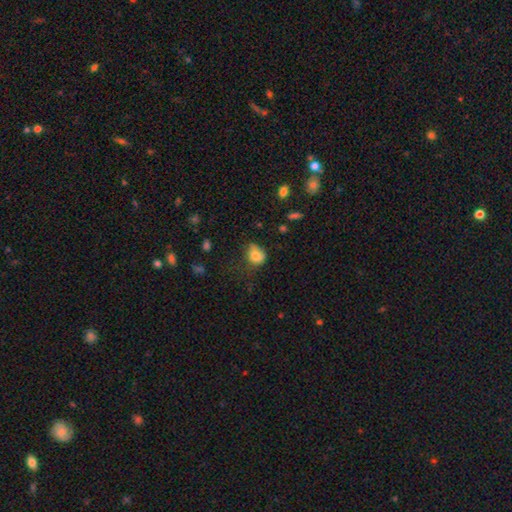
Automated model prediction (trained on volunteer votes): This is likely a smooth galaxy (78%). How rounded: possibly in between (52%). Merging: marginally none (38%).